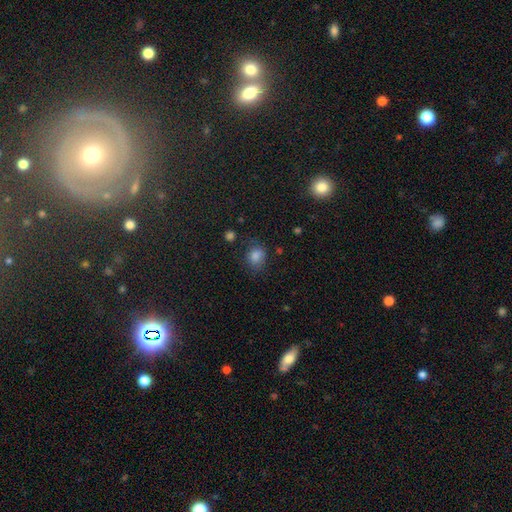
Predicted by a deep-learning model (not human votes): The model was most divided on "how rounded": round: 55%, in between: 44%, cigar-shaped: 1%. More confident: smooth or featured — smooth (81%); merging — none (65%).